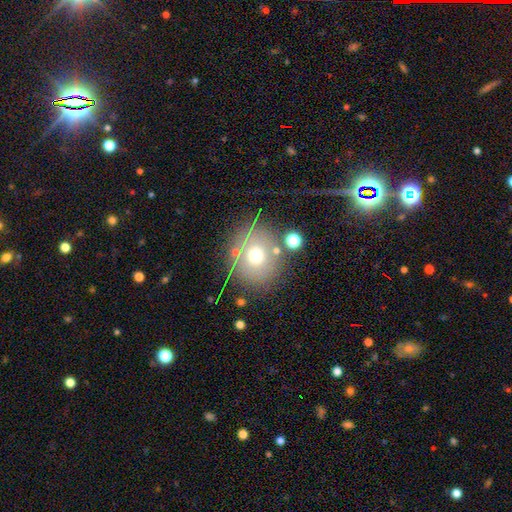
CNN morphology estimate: smooth 60%, featured or disk 21%, star or artifact 19%. Down the decision tree: how rounded — round (83%); merging — none (73%).